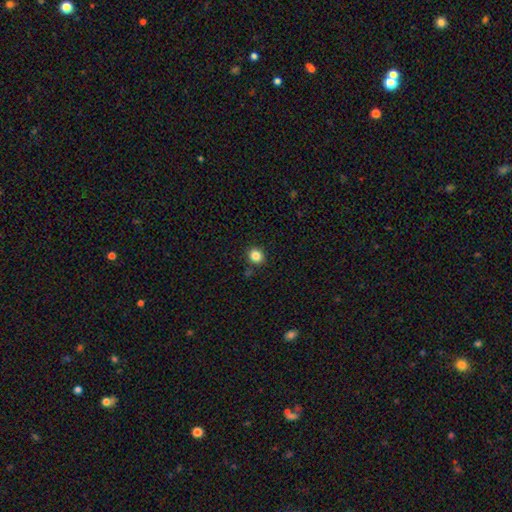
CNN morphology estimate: Q: Smooth or featured?
A: smooth (84%); runner-up: star or artifact (11%)
Q: How rounded?
A: round (80%); runner-up: in between (19%)
Q: Merging?
A: none (88%); runner-up: minor disturbance (7%)